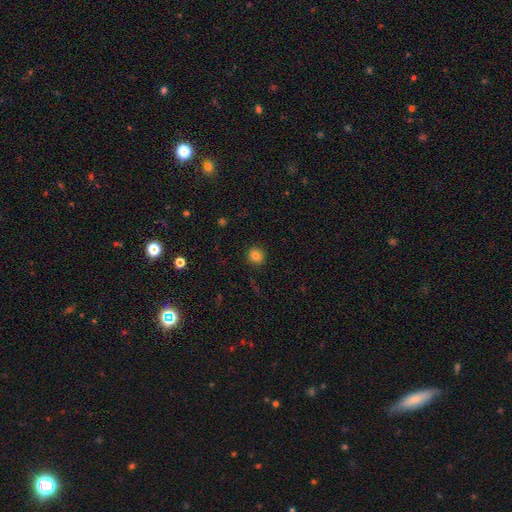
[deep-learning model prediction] Smooth or featured: smooth — 83% (star or artifact — 12%)
How rounded: round — 91% (in between — 8%)
Merging: none — 90% (minor disturbance — 6%)